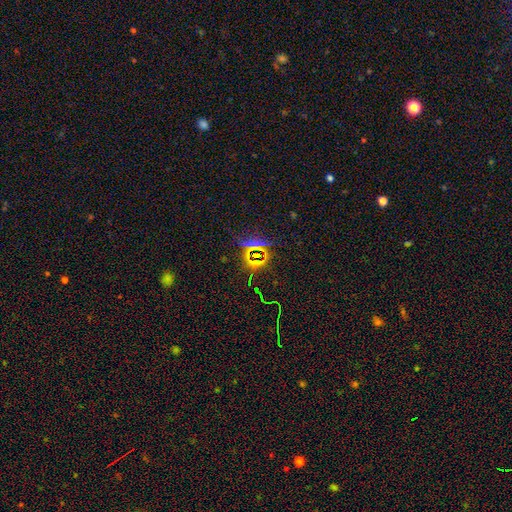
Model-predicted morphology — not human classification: smooth-or-featured: star or artifact: 75% | smooth: 14% | featured or disk: 10%